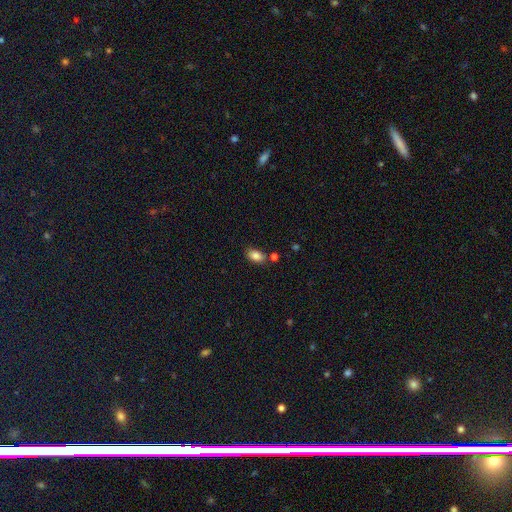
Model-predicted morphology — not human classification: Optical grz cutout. It shows a smooth galaxy with no disk features (85%) that is in between round and cigar-shaped (88%). Merging: none (71%).